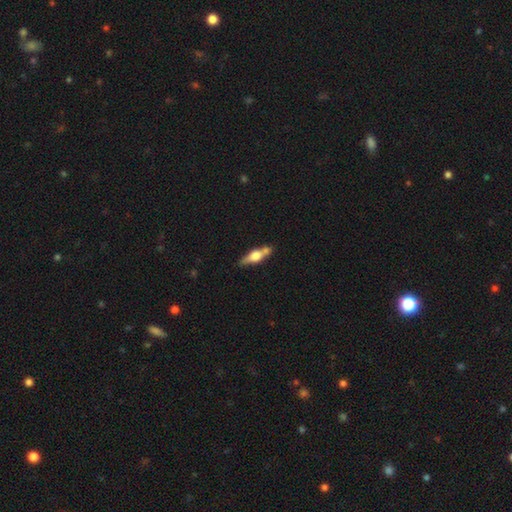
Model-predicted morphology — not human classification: Smooth or featured? featured or disk (53%)
Edge-on disk? yes (90%)
Merging? none (60%)